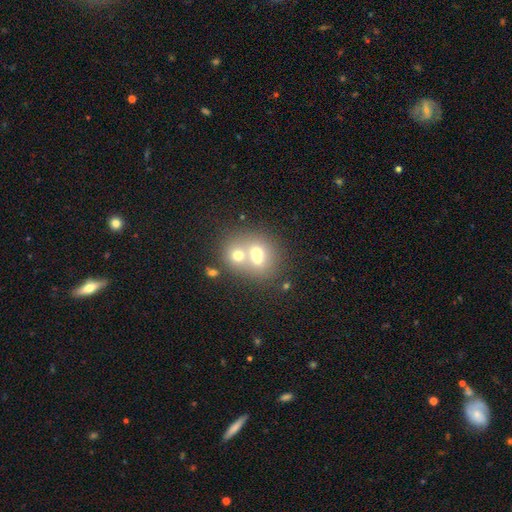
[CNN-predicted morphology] Smooth or featured? Predicted: smooth (p=0.60). How rounded? Predicted: round (p=0.70). Merging? Predicted: merger (p=0.65).